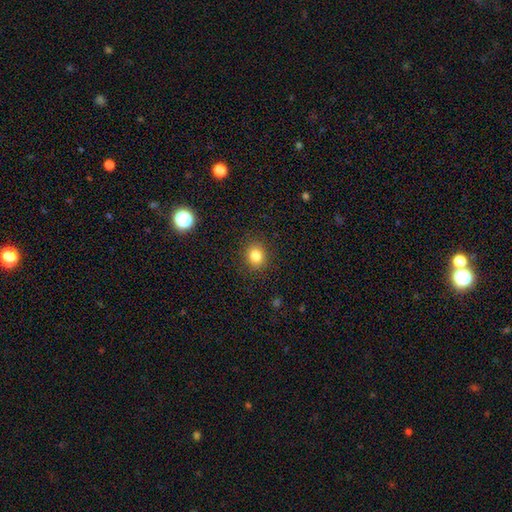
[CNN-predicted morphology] Smooth or featured?
  - smooth: 82% *
  - star or artifact: 12%
  - featured or disk: 6%
How rounded?
  - round: 77% *
  - in between: 22%
  - cigar-shaped: 1%
Merging?
  - none: 89% *
  - minor disturbance: 8%
  - major disturbance: 3%
  - merger: 1%